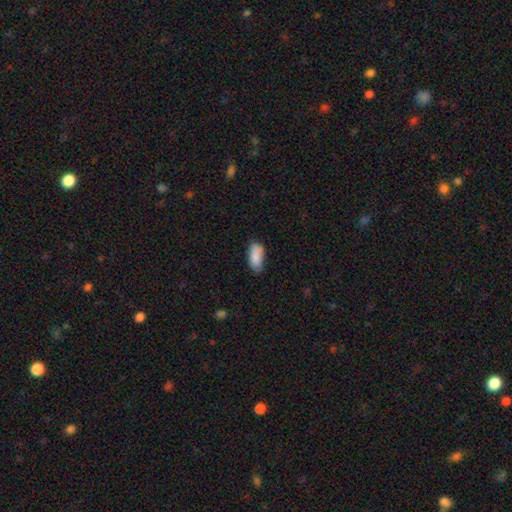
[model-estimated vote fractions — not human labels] smooth 88%, star or artifact 7%, featured or disk 6%. Down the decision tree: how rounded — in between (89%); merging — none (69%).